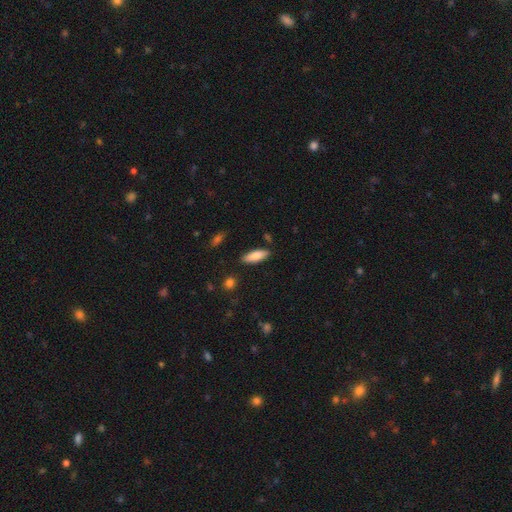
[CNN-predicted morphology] Smooth or featured: smooth — 80% (featured or disk — 14%)
How rounded: in between — 58% (cigar-shaped — 41%)
Merging: none — 85% (minor disturbance — 11%)